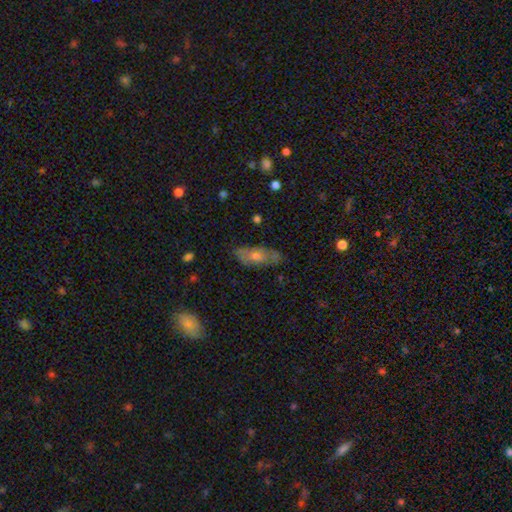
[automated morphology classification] A smooth galaxy with no disk features (51%) that is in between round and cigar-shaped (77%). Merging: none (70%).